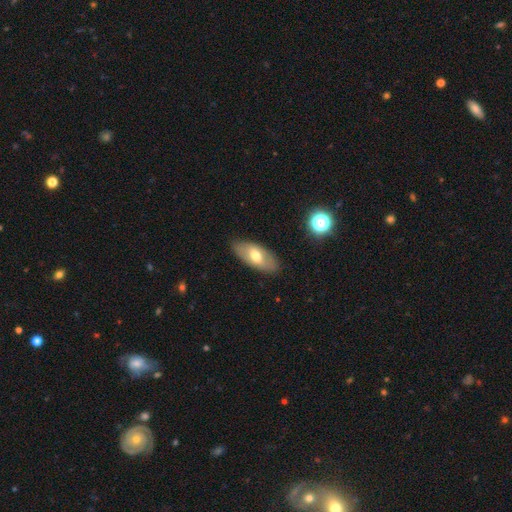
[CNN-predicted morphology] This appears to be a smooth galaxy with no disk features (58%) that is in between round and cigar-shaped (89%). Merging: none (85%).